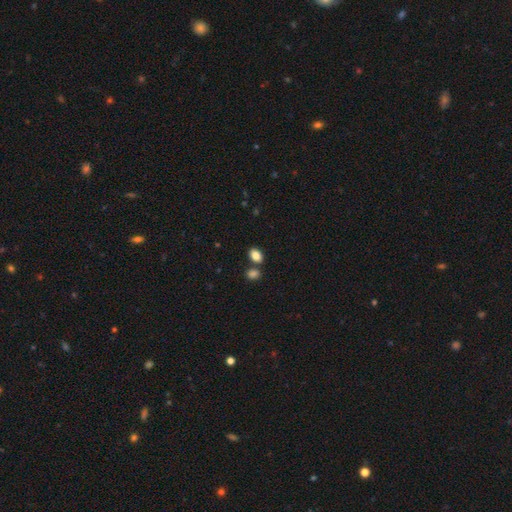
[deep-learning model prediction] smooth-or-featured: smooth: 86% | star or artifact: 9% | featured or disk: 5%
  how-rounded: in between: 83% | round: 15% | cigar-shaped: 1%
  merging: none: 68% | merger: 19% | minor disturbance: 10% | major disturbance: 3%